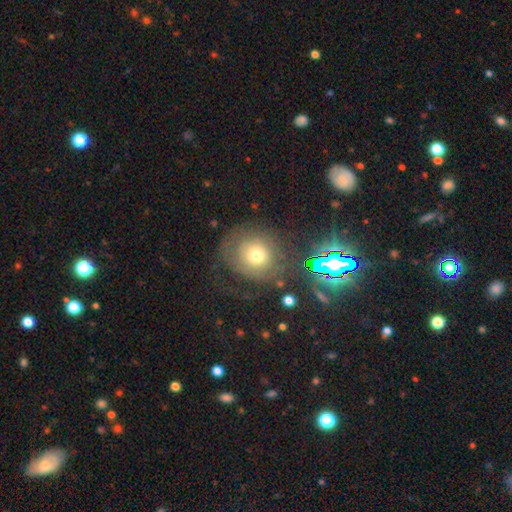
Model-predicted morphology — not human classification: The model was most divided on "smooth or featured": smooth: 55%, featured or disk: 29%, star or artifact: 16%. More confident: how rounded — round (80%); merging — none (61%).